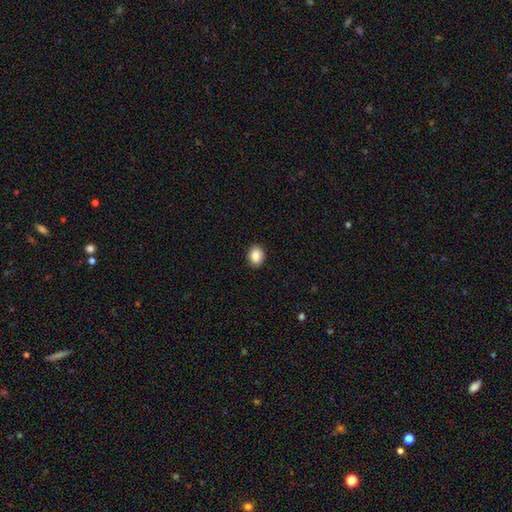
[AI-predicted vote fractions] Smooth or featured? Predicted: smooth (p=0.86). How rounded? Predicted: in between (p=0.52). Merging? Predicted: none (p=0.90).